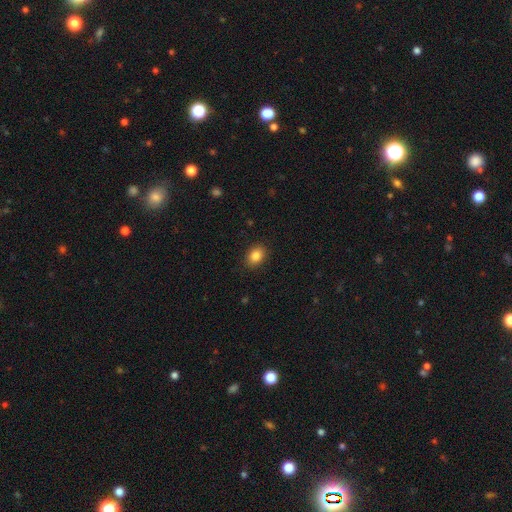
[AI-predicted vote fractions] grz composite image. It shows a smooth galaxy with no disk features (86%) that is in between round and cigar-shaped (63%). Merging: none (89%).